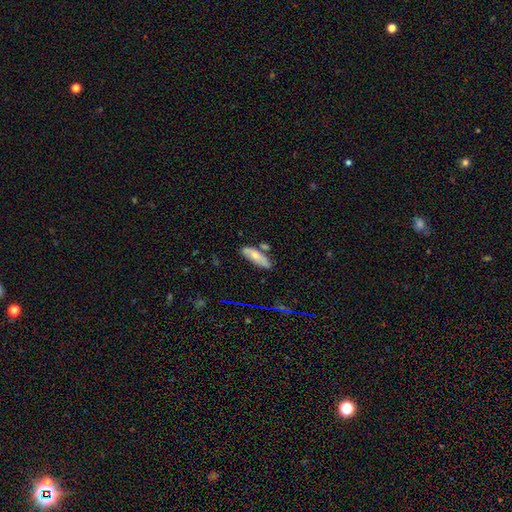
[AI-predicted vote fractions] This is likely a smooth galaxy (65%). How rounded: possibly in between (54%). Merging: likely none (61%).